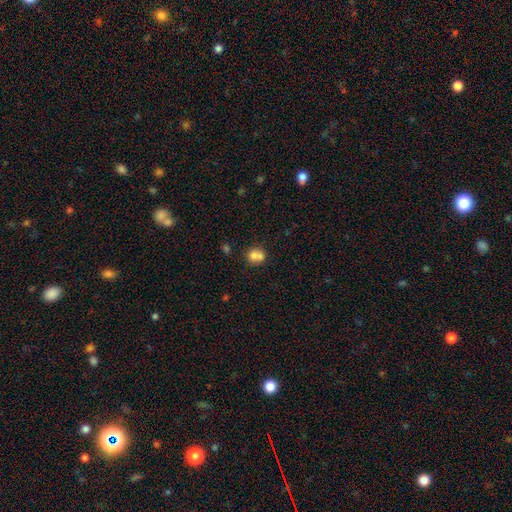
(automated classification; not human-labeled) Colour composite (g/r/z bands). It shows a smooth galaxy with no disk features (72%) that is round (73%). Merging: merger (50%).